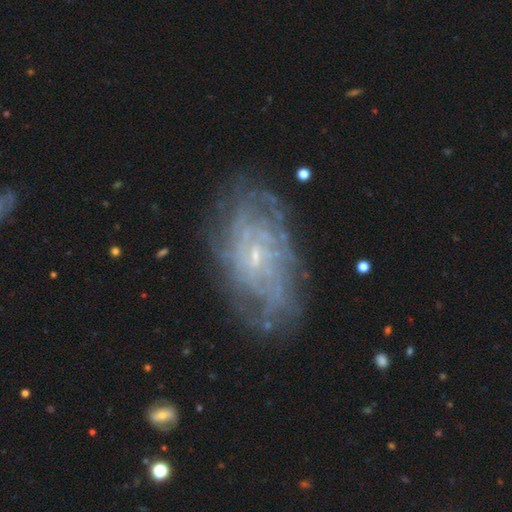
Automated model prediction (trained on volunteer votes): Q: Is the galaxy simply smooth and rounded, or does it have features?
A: featured or disk — 81%.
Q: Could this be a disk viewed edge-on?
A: no — 95%.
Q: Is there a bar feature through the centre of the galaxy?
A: no — 53%.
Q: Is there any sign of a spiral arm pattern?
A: yes — 87%.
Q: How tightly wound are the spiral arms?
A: tight — 65%.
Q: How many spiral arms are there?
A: can't tell — 52%.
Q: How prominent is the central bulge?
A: small — 81%.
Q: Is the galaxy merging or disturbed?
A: none — 73%.